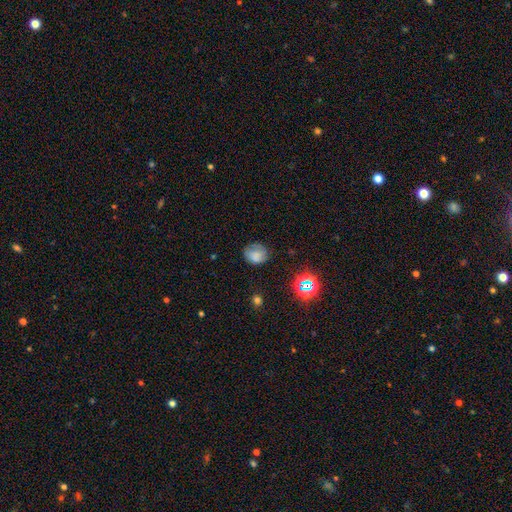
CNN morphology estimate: smooth_or_featured: smooth (p=0.73) [alt: star or artifact p=0.15]
how_rounded: round (p=0.60) [alt: in between p=0.39]
merging: none (p=0.65) [alt: minor disturbance p=0.25]